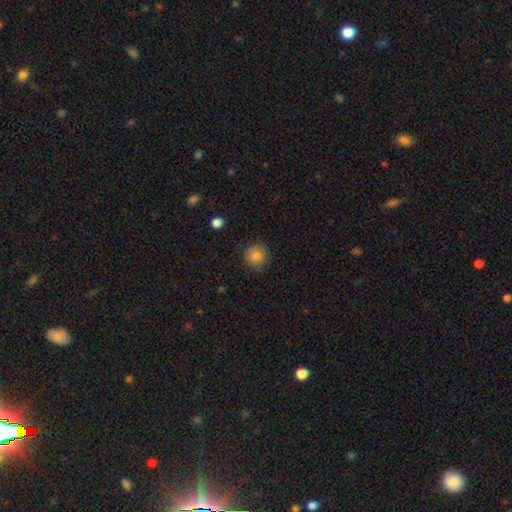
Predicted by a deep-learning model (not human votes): Morphology: type=smooth (85%); roundness=round (92%); merging=none (83%).